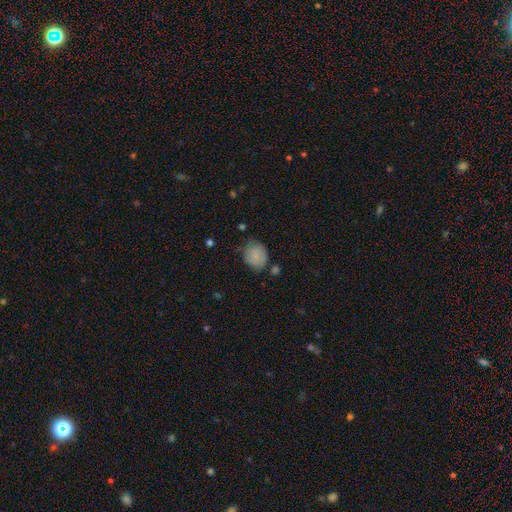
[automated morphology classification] smooth_or_featured: smooth (p=0.75) [alt: featured or disk p=0.17]
how_rounded: round (p=0.62) [alt: in between p=0.38]
merging: none (p=0.62) [alt: minor disturbance p=0.26]